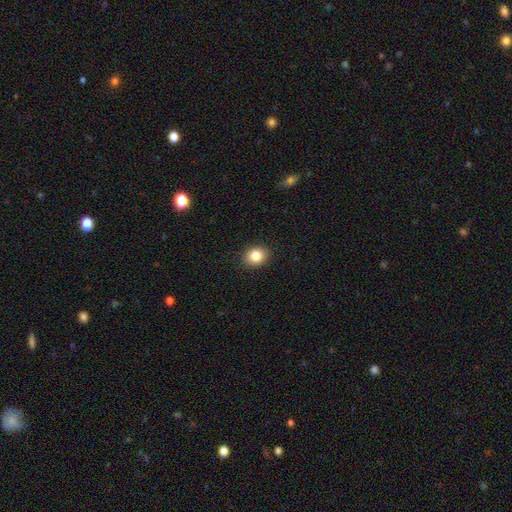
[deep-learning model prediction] A smooth galaxy with no disk features (83%) that is round (56%). Merging: none (91%).